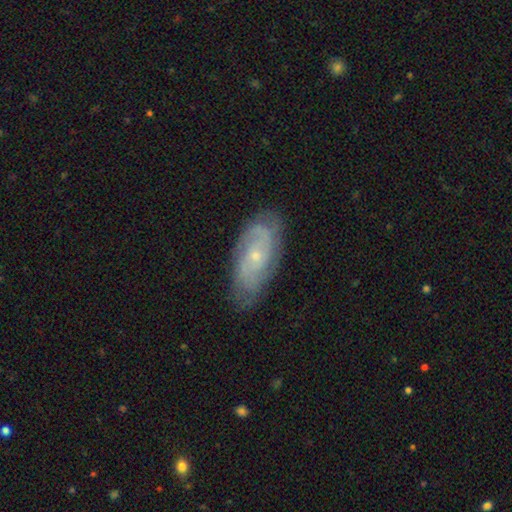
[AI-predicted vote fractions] Q: Smooth or featured?
A: featured or disk (77%); runner-up: smooth (17%)
Q: Edge-on disk?
A: no (93%); runner-up: yes (7%)
Q: Bar?
A: no (73%); runner-up: weak (23%)
Q: Spiral arms?
A: yes (92%); runner-up: no (8%)
Q: Spiral winding?
A: tight (59%); runner-up: medium (32%)
Q: Spiral arm count?
A: 2 (37%); runner-up: can't tell (34%)
Q: Bulge size?
A: small (75%); runner-up: moderate (22%)
Q: Merging?
A: none (77%); runner-up: minor disturbance (18%)